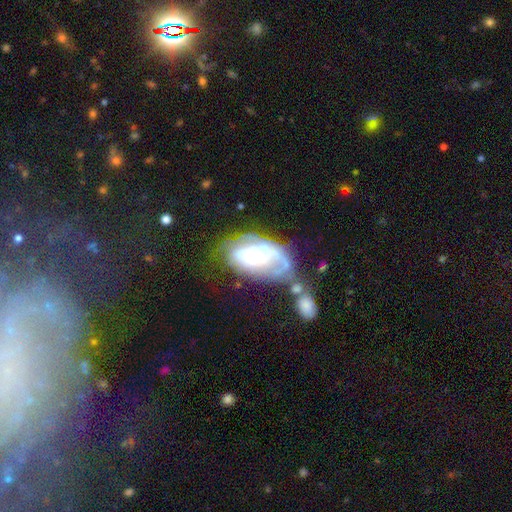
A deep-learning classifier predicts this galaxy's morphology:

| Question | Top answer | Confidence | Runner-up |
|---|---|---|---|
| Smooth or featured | featured or disk | 63% | smooth (29%) |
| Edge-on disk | no | 95% | yes (5%) |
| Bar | no | 82% | weak (14%) |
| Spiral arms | no | 53% | yes (47%) |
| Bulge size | moderate | 49% | small (30%) |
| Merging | merger | 30% | major disturbance (29%) |